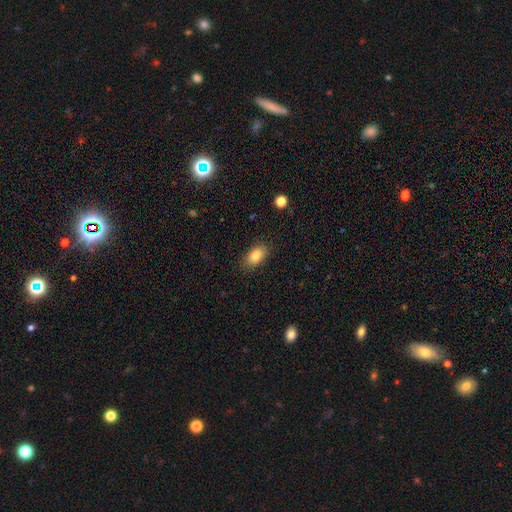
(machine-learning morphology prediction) This is clearly a smooth galaxy (83%). How rounded: clearly in between (90%). Merging: clearly none (86%).